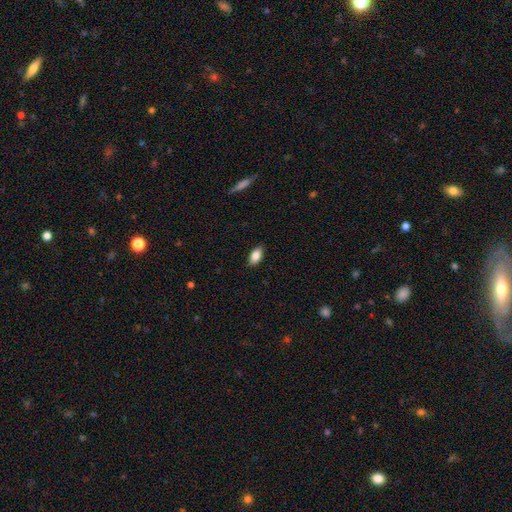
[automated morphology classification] The model was most divided on "smooth or featured": smooth: 85%, featured or disk: 8%, star or artifact: 7%. More confident: how rounded — in between (90%); merging — none (87%).